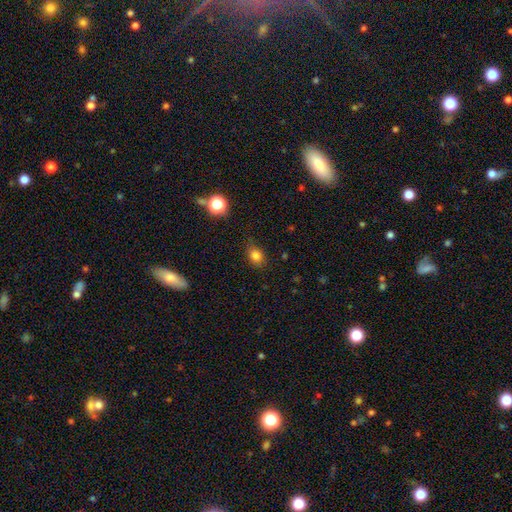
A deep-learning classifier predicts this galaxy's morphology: smooth_or_featured: smooth (p=0.81) [alt: star or artifact p=0.13]
how_rounded: in between (p=0.58) [alt: round p=0.41]
merging: none (p=0.76) [alt: minor disturbance p=0.18]